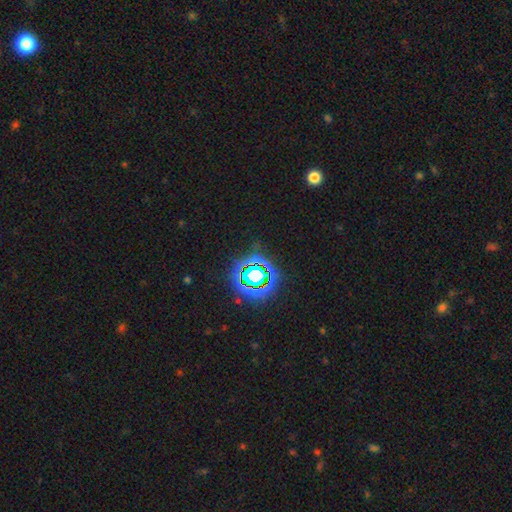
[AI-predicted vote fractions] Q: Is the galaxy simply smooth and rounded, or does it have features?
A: star or artifact — 81%.